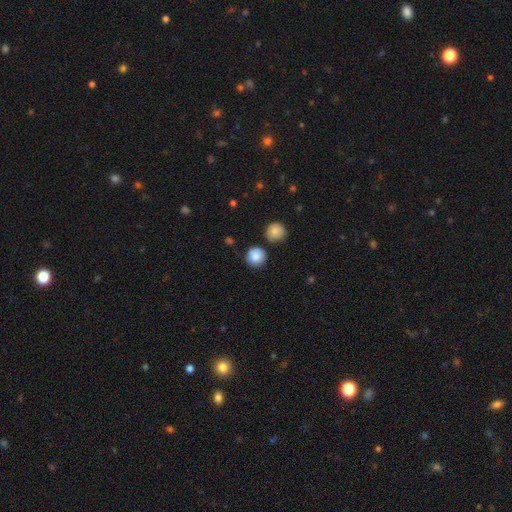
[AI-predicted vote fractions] Smooth or featured? Predicted: smooth (p=0.85). How rounded? Predicted: round (p=0.94). Merging? Predicted: none (p=0.81).